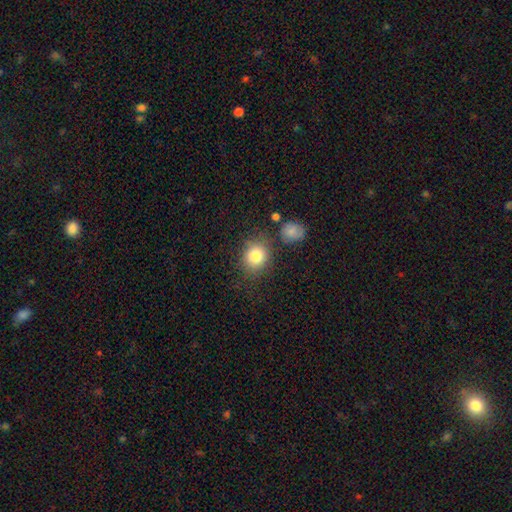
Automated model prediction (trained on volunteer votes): Smooth or featured? smooth (82%)
How rounded? round (68%)
Merging? none (76%)